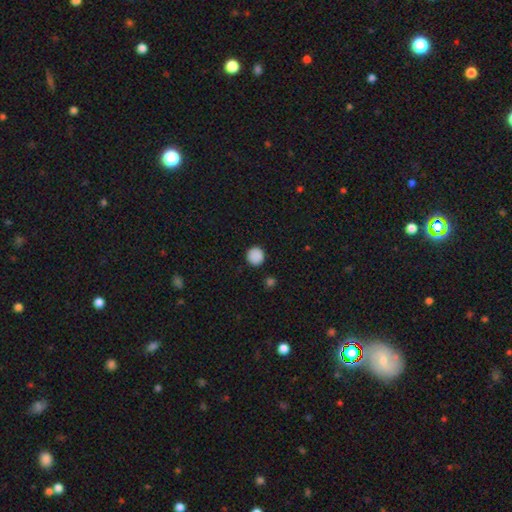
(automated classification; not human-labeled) The model was most divided on "smooth or featured": smooth: 87%, star or artifact: 10%, featured or disk: 3%. More confident: how rounded — round (92%); merging — none (88%).